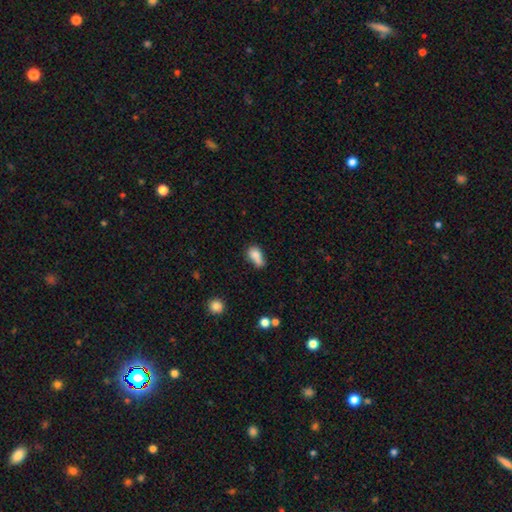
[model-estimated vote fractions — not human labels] The model was most divided on "merging": merger: 33%, none: 31%, minor disturbance: 25%, major disturbance: 12%. More confident: how rounded — in between (78%); smooth or featured — smooth (77%).